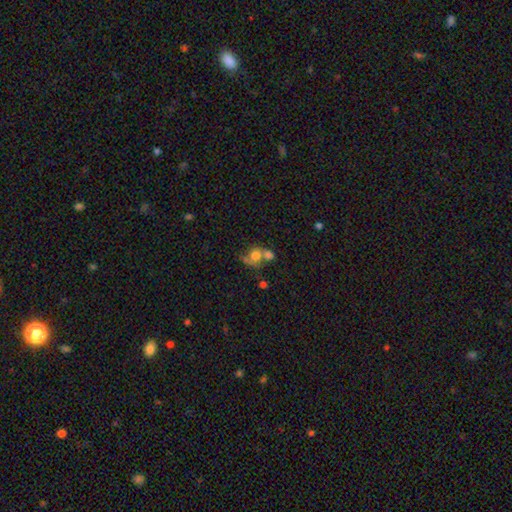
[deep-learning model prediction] Smooth or featured? smooth (66%)
How rounded? round (72%)
Merging? merger (54%)